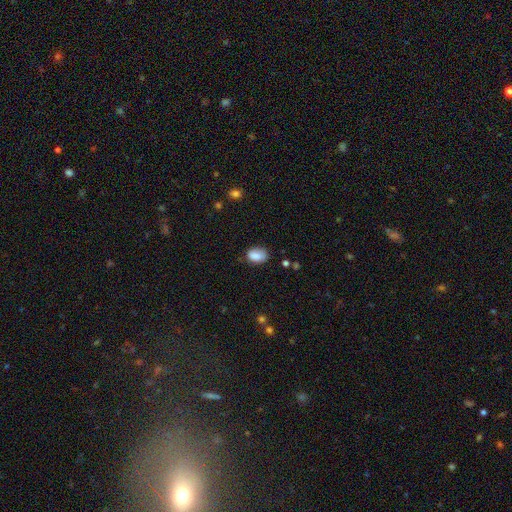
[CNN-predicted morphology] The model was most divided on "merging": none: 69%, minor disturbance: 23%, major disturbance: 6%, merger: 2%. More confident: smooth or featured — smooth (85%); how rounded — in between (81%).